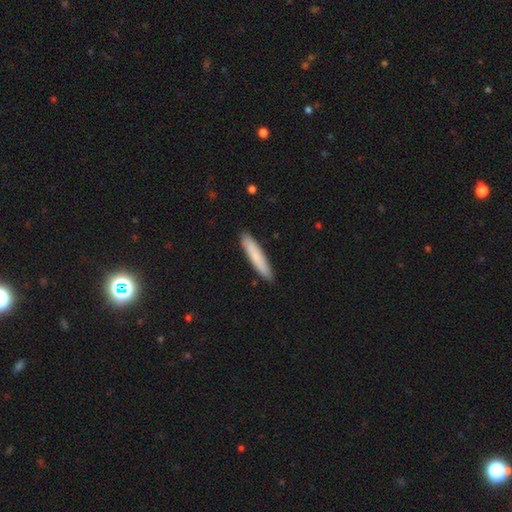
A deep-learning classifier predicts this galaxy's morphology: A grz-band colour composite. It shows a smooth galaxy with no disk features (79%) that is cigar-shaped (91%). Merging: none (90%).